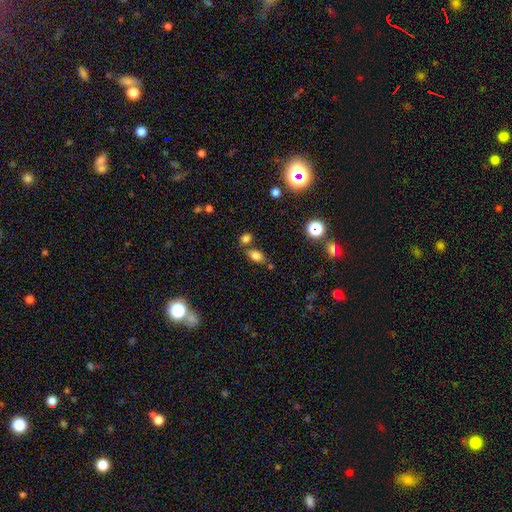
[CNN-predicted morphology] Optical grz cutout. It shows a smooth galaxy with no disk features (78%) that is in between round and cigar-shaped (84%). Merging: none (64%).